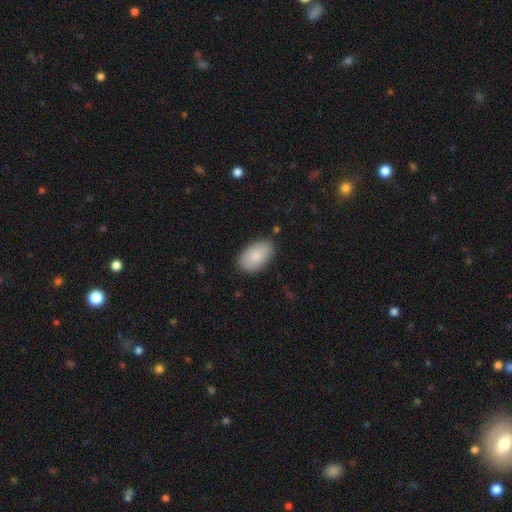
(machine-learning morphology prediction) This appears to be a smooth galaxy with no disk features (84%) that is in between round and cigar-shaped (94%). Merging: none (83%).